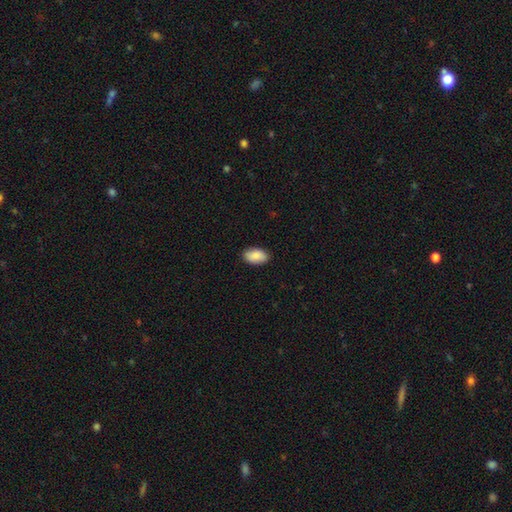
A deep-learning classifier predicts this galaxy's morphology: This is clearly a smooth galaxy (88%). How rounded: clearly in between (94%). Merging: clearly none (89%).